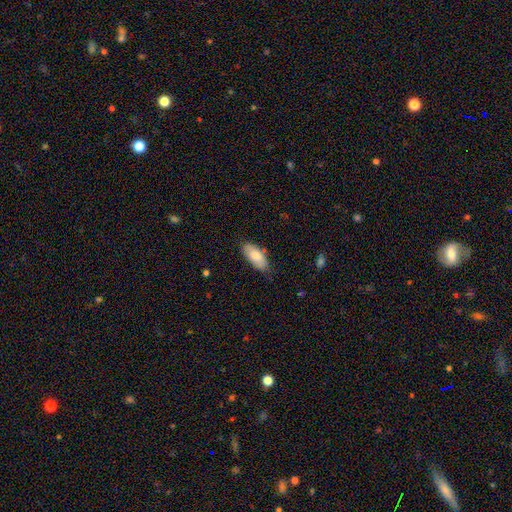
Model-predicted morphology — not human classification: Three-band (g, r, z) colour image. It shows a smooth galaxy with no disk features (81%) that is in between round and cigar-shaped (86%). Merging: none (76%).